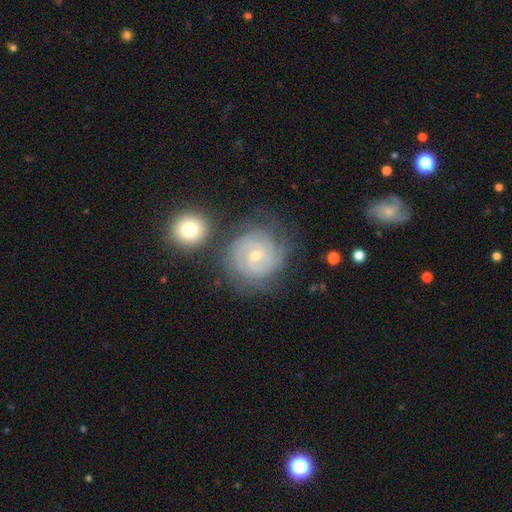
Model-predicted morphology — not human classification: Smooth or featured: featured or disk — 86% (smooth — 8%)
Edge-on disk: no — 98% (yes — 2%)
Bar: no — 65% (weak — 29%)
Spiral arms: yes — 98% (no — 2%)
Spiral winding: tight — 81% (medium — 17%)
Spiral arm count: 2 — 31% (3 — 29%)
Bulge size: small — 64% (moderate — 33%)
Merging: none — 76% (minor disturbance — 15%)